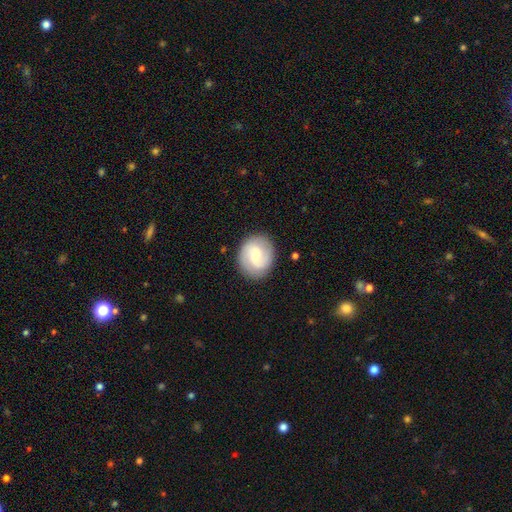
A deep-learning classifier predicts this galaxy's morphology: smooth_or_featured: featured or disk (p=0.57) [alt: smooth p=0.37]
disk_edge_on: no (p=0.97) [alt: yes p=0.03]
bar: weak (p=0.55) [alt: no p=0.31]
has_spiral_arms: yes (p=0.88) [alt: no p=0.12]
bulge_size: small (p=0.52) [alt: moderate p=0.41]
merging: none (p=0.86) [alt: minor disturbance p=0.10]